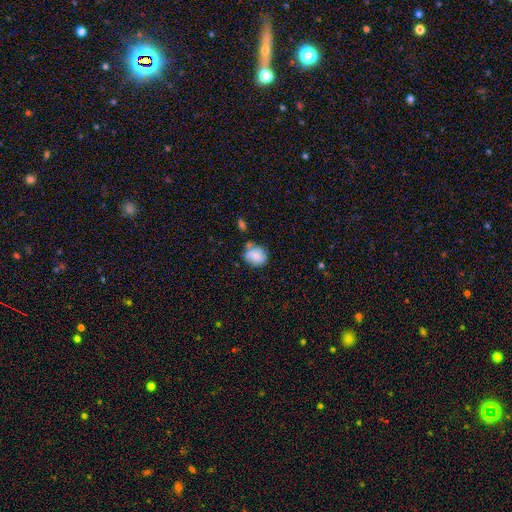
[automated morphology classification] The model was most divided on "merging": none: 49%, minor disturbance: 28%, merger: 15%, major disturbance: 9%. More confident: smooth or featured — smooth (69%); how rounded — round (61%).